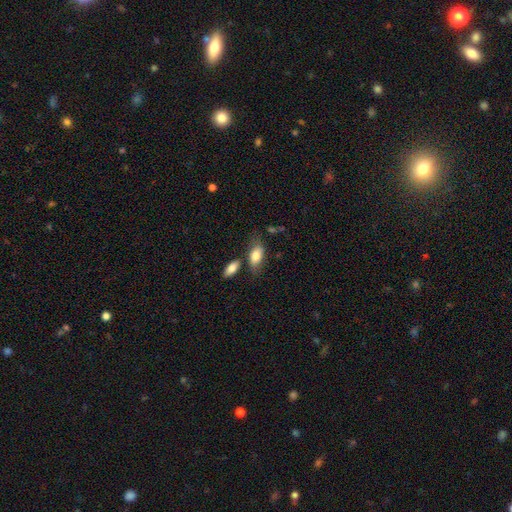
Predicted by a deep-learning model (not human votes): A smooth galaxy with no disk features (78%) that is in between round and cigar-shaped (87%).

Vote fractions:
- Smooth or featured? smooth: 78% / featured or disk: 15% / star or artifact: 7%
- How rounded? in between: 87% / cigar-shaped: 8% / round: 5%
- Merging? none: 61% / minor disturbance: 20% / merger: 13% / major disturbance: 7%